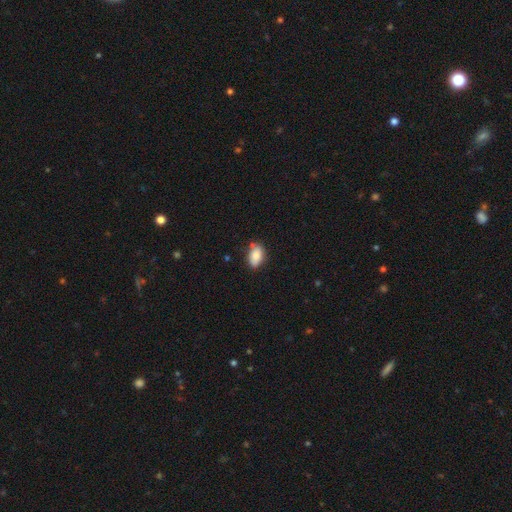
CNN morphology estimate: type=smooth (85%); roundness=in between (90%); merging=none (72%).